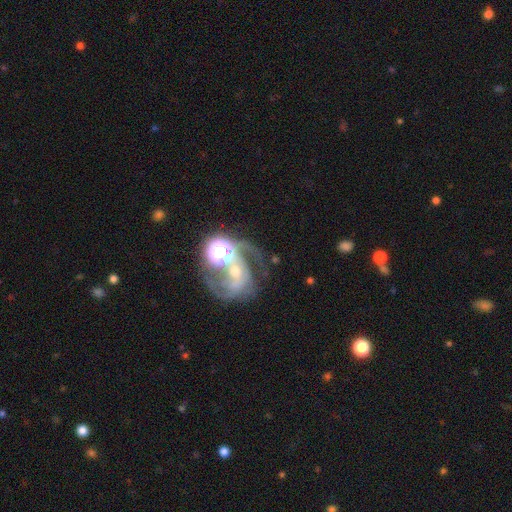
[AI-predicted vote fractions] This is possibly a featured or disk galaxy (56%). It is clearly not viewed edge-on (96%). Bar: likely no (61%). Spiral arm pattern: likely yes (65%). Central bulge: marginally moderate (39%). Merging: marginally merger (43%).